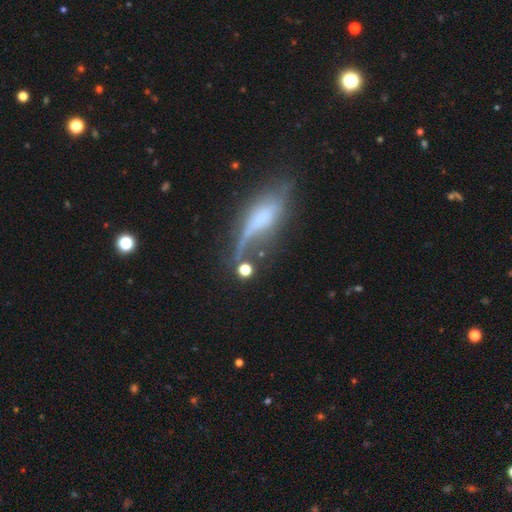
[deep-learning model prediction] A featured or disk galaxy (49%). Merging: none (53%).